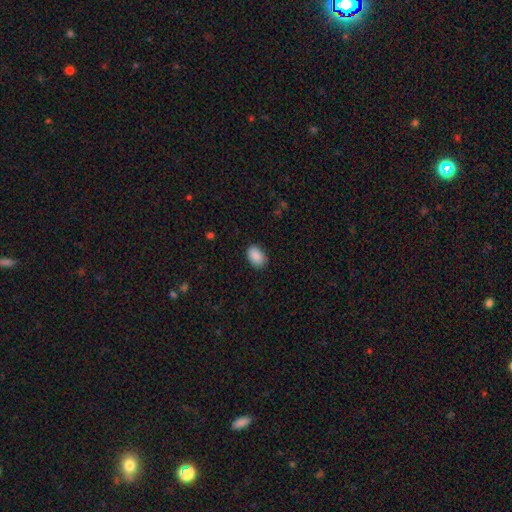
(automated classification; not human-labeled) This is clearly a smooth galaxy (90%). How rounded: clearly in between (88%). Merging: clearly none (87%).